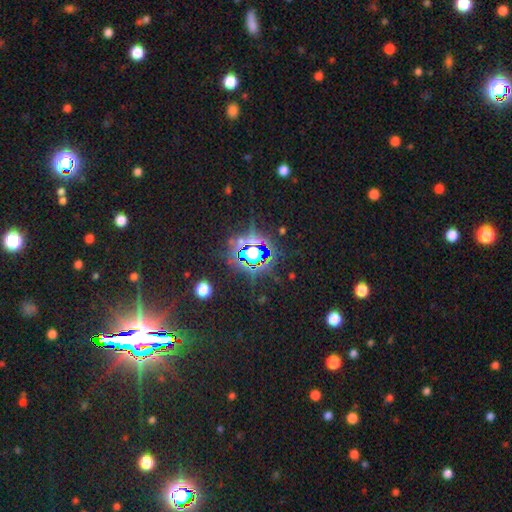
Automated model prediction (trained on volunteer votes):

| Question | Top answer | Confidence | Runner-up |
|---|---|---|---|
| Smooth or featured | star or artifact | 76% | smooth (14%) |